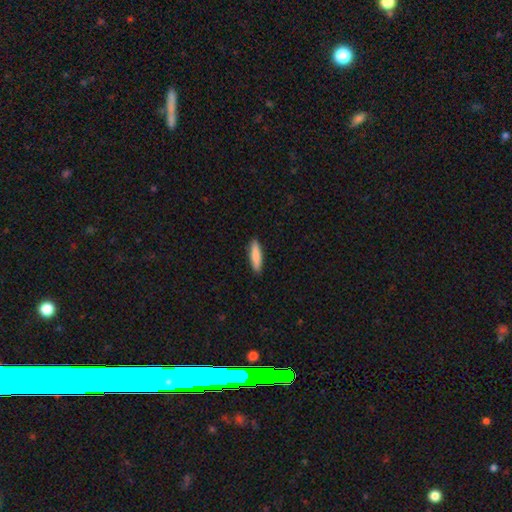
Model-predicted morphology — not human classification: A smooth galaxy with no disk features (85%) that is cigar-shaped (75%).

Vote fractions:
- Smooth or featured? smooth: 85% / featured or disk: 9% / star or artifact: 5%
- How rounded? cigar-shaped: 75% / in between: 23% / round: 1%
- Merging? none: 91% / minor disturbance: 6% / major disturbance: 1% / merger: 1%